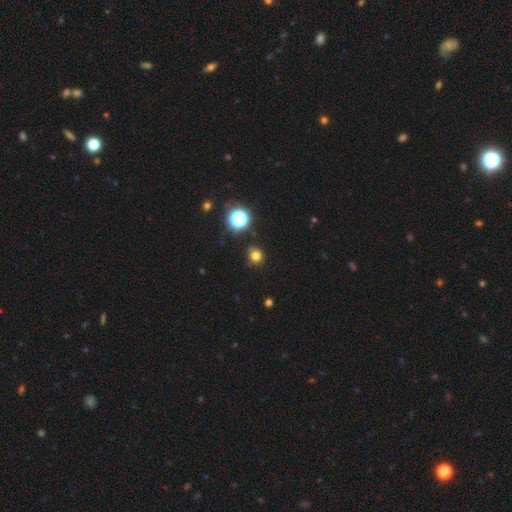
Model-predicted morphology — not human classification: smooth-or-featured: smooth: 75% | star or artifact: 19% | featured or disk: 6%
  how-rounded: round: 82% | in between: 17% | cigar-shaped: 1%
  merging: none: 81% | minor disturbance: 14% | major disturbance: 3% | merger: 2%